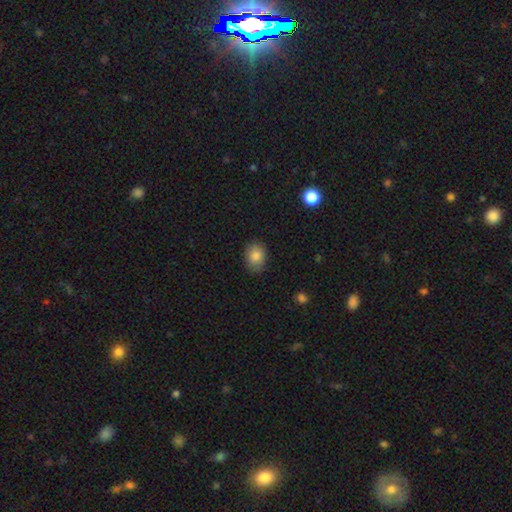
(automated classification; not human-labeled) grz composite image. It shows a smooth galaxy with no disk features (86%) that is in between round and cigar-shaped (60%). Merging: none (83%).